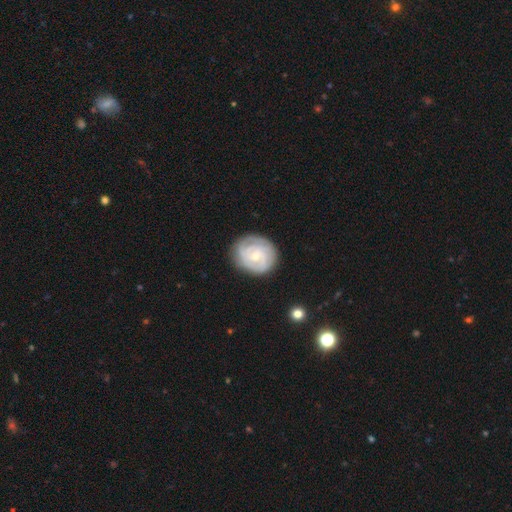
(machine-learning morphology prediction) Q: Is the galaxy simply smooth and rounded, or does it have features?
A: featured or disk — 75%.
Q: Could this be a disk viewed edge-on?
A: no — 98%.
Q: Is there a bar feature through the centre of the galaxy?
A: no — 70%.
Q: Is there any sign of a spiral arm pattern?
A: yes — 91%.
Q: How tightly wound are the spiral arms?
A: tight — 73%.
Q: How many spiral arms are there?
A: can't tell — 34%.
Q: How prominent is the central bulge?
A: small — 60%.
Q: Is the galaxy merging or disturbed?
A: none — 80%.